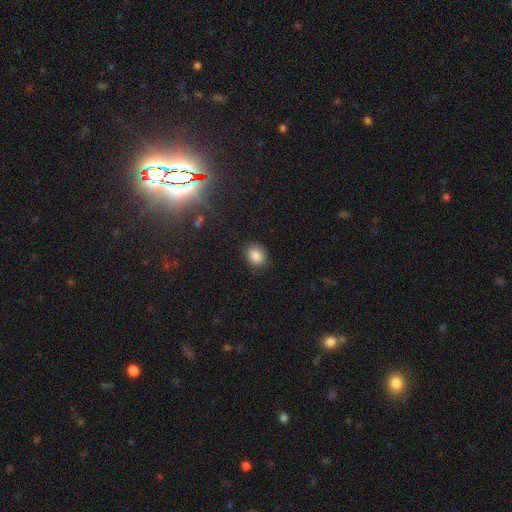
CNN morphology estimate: smooth-or-featured: smooth: 85% | star or artifact: 10% | featured or disk: 5%
  how-rounded: round: 56% | in between: 43% | cigar-shaped: 1%
  merging: none: 86% | minor disturbance: 11% | major disturbance: 3% | merger: 1%